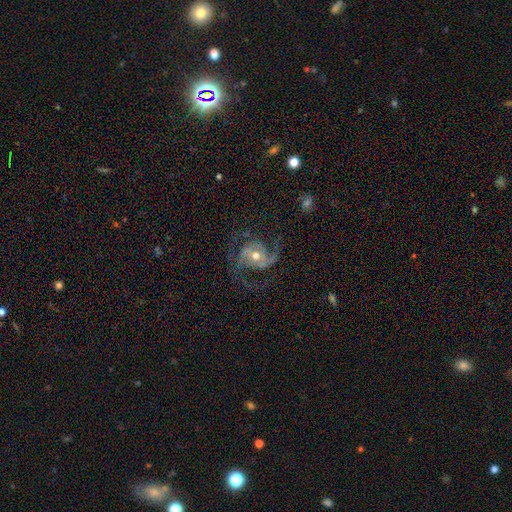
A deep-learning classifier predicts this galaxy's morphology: Smooth or featured?
  - featured or disk: 86% *
  - smooth: 7%
  - star or artifact: 6%
Edge-on disk?
  - no: 98% *
  - yes: 2%
Bar?
  - no: 57% *
  - weak: 30%
  - strong: 13%
Spiral arms?
  - yes: 96% *
  - no: 4%
Spiral winding?
  - medium: 50% *
  - loose: 34%
  - tight: 15%
Spiral arm count?
  - 2: 56% *
  - 3: 25%
  - can't tell: 7%
  - 1: 5%
  - 4: 4%
  - more than 4: 3%
Bulge size?
  - moderate: 68% *
  - small: 26%
  - large: 4%
  - none: 1%
  - dominant: 1%
Merging?
  - none: 63% *
  - major disturbance: 18%
  - minor disturbance: 16%
  - merger: 2%